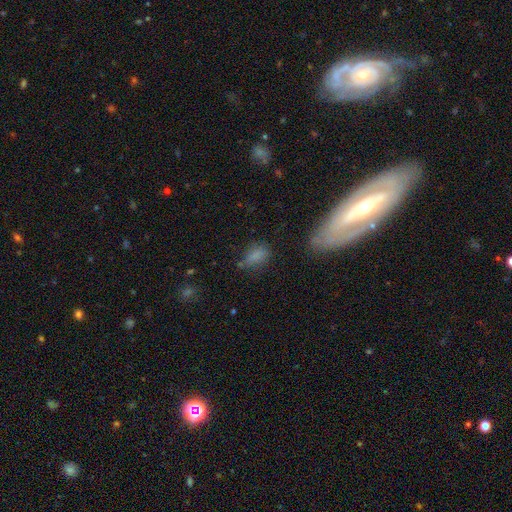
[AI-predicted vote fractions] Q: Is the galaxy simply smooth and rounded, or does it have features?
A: smooth — 77%.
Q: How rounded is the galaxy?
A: in between — 84%.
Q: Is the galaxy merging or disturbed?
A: none — 61%.